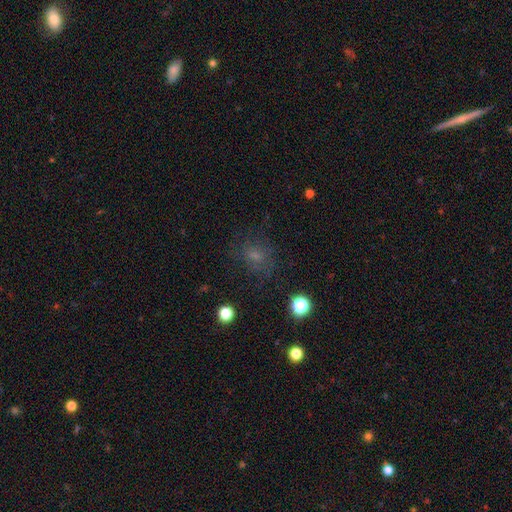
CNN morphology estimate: Overall: smooth (58%; star or artifact 25%). How rounded: round (67%; in between 32%). Merging: none (72%).